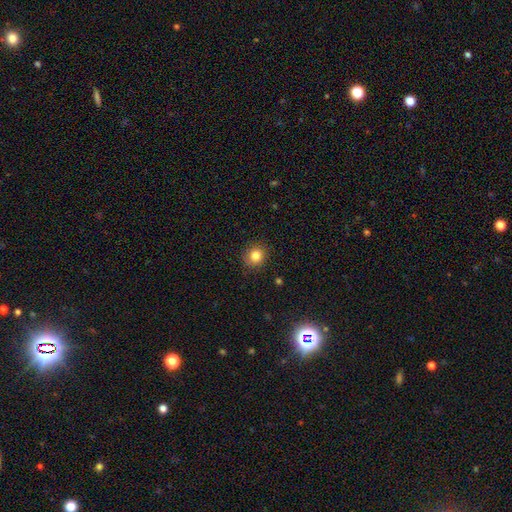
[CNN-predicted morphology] Smooth or featured? smooth (83%)
How rounded? round (86%)
Merging? none (88%)